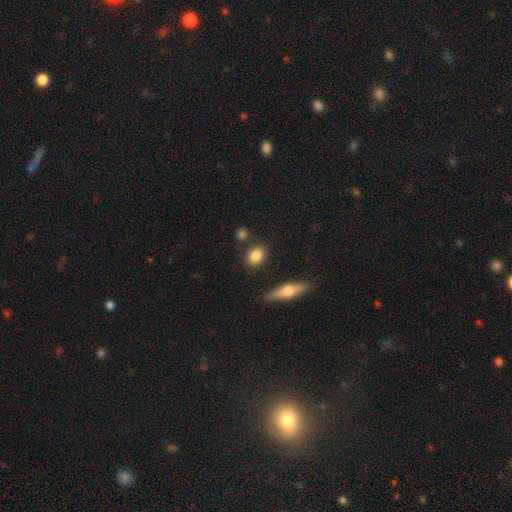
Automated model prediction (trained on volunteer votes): smooth 84%, featured or disk 8%, star or artifact 8%. Down the decision tree: how rounded — round (58%); merging — none (83%).